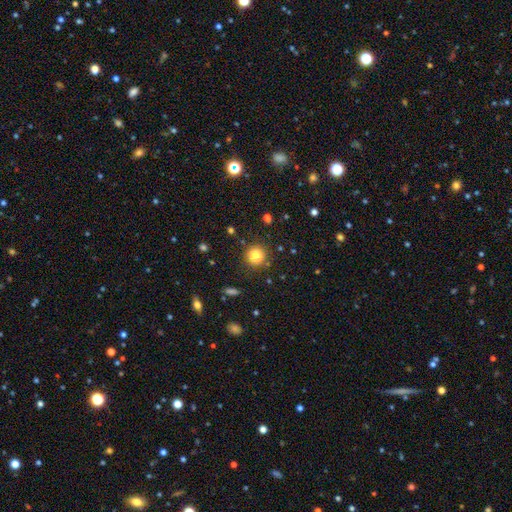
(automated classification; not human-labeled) This is clearly a smooth galaxy (81%). How rounded: clearly round (93%). Merging: clearly none (88%).